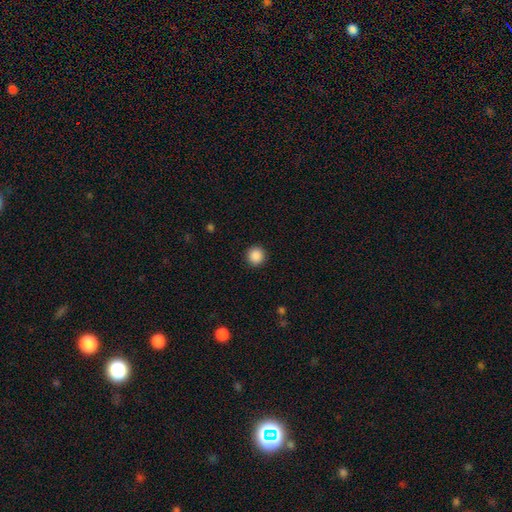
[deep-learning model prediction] Morphology: type=smooth (88%); roundness=round (95%); merging=none (92%).